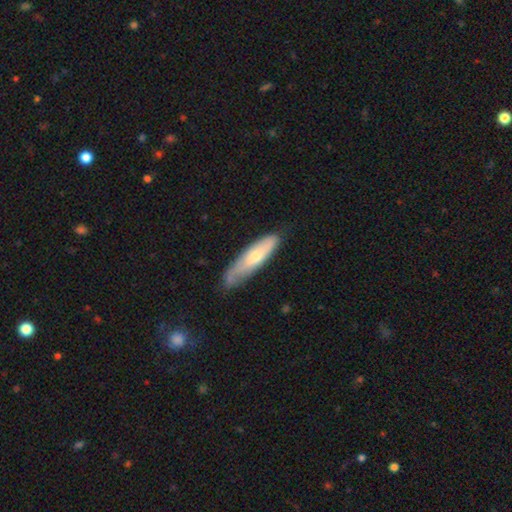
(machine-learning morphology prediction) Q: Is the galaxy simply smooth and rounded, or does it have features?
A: smooth — 58%.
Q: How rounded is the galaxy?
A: cigar-shaped — 68%.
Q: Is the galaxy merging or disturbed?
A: none — 62%.